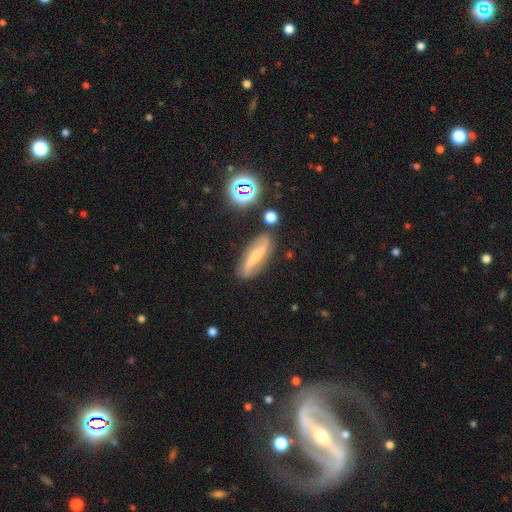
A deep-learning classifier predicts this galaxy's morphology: smooth_or_featured: featured or disk (p=0.66) [alt: smooth p=0.25]
disk_edge_on: no (p=0.73) [alt: yes p=0.27]
merging: none (p=0.80) [alt: minor disturbance p=0.13]